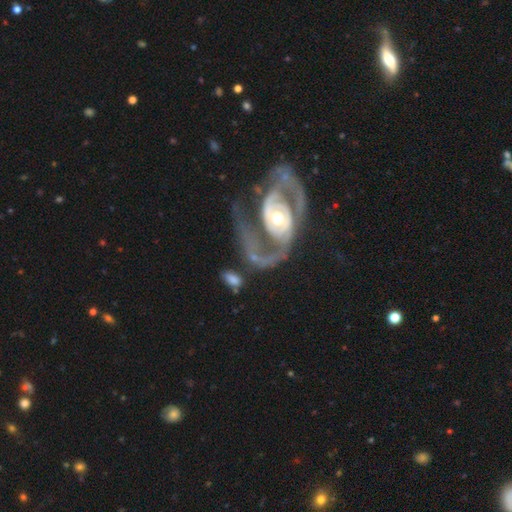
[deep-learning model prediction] Smooth or featured? featured or disk (85%)
Edge-on disk? no (96%)
Bar? no (62%)
Spiral arms? yes (87%)
Spiral winding? medium (41%)
Spiral arm count? 2 (78%)
Bulge size? moderate (70%)
Merging? none (37%)